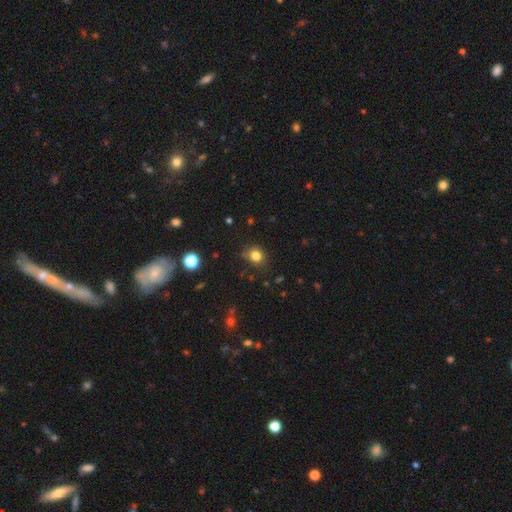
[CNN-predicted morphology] type=smooth (80%); roundness=round (76%); merging=none (77%).